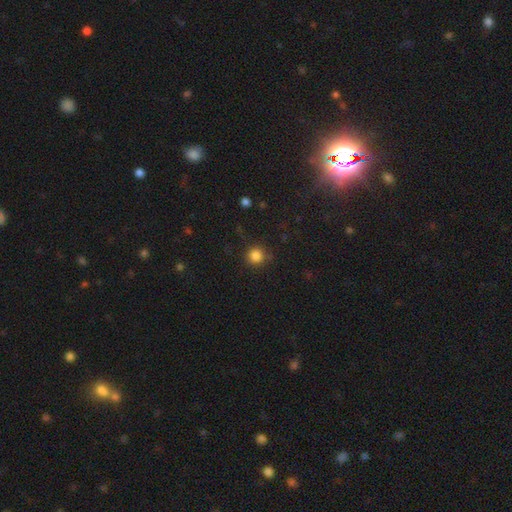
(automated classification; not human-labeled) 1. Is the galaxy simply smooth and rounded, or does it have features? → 84% smooth, 12% star or artifact, 4% featured or disk.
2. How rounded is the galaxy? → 94% round, 5% in between, 1% cigar-shaped.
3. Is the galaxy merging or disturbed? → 87% none, 9% minor disturbance, 3% major disturbance, 1% merger.